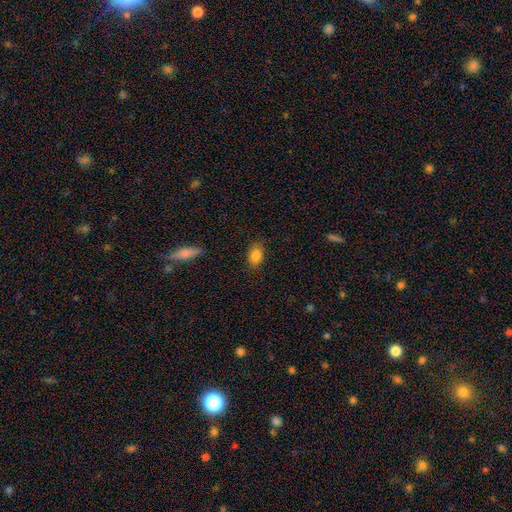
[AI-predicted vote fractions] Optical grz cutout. It shows a smooth galaxy with no disk features (84%) that is in between round and cigar-shaped (81%). Merging: none (81%).